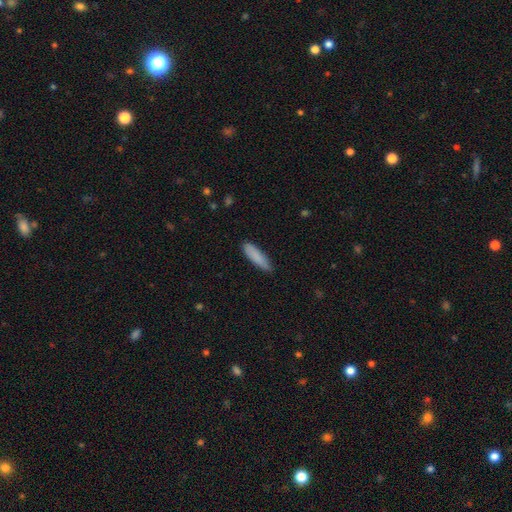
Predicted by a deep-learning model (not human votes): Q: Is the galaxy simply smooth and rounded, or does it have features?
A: smooth — 86%.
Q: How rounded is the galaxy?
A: cigar-shaped — 67%.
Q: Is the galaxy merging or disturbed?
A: none — 83%.